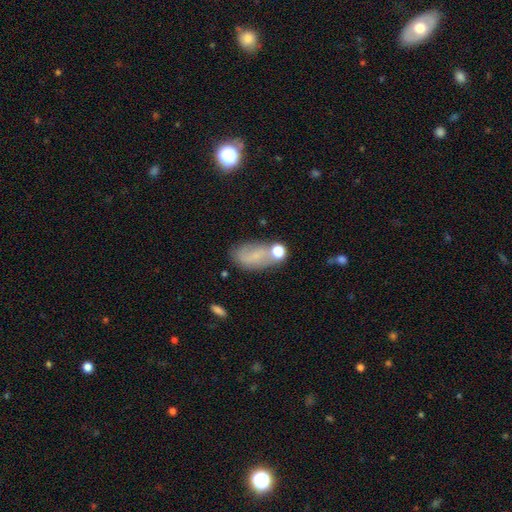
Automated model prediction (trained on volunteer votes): A smooth galaxy with no disk features (58%) that is in between round and cigar-shaped (87%). Merging: none (52%).